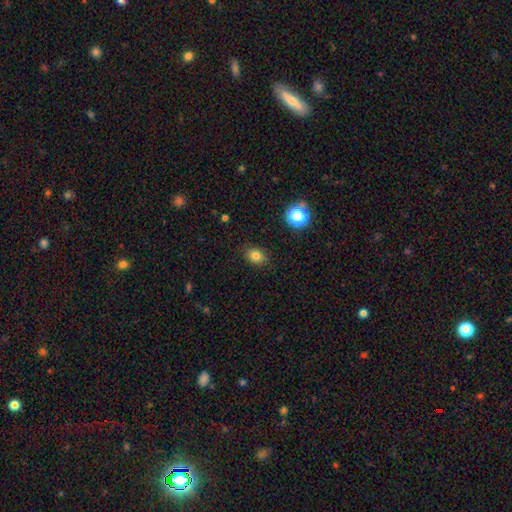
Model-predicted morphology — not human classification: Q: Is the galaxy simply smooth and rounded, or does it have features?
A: smooth — 80%.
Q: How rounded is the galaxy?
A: in between — 50%.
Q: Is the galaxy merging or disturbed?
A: none — 86%.